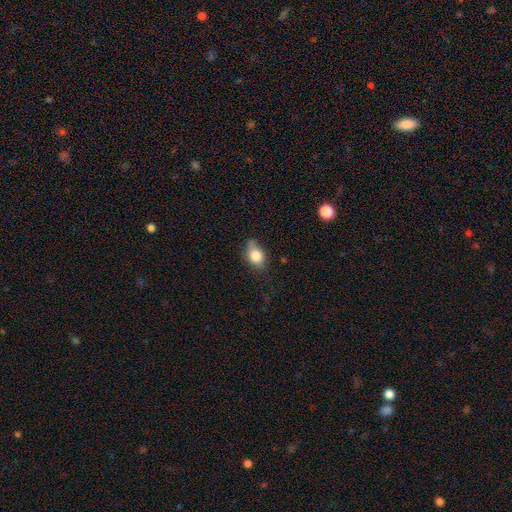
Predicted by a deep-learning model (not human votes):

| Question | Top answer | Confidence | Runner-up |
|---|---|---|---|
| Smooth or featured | smooth | 81% | featured or disk (11%) |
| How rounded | in between | 73% | round (24%) |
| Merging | none | 49% | minor disturbance (37%) |